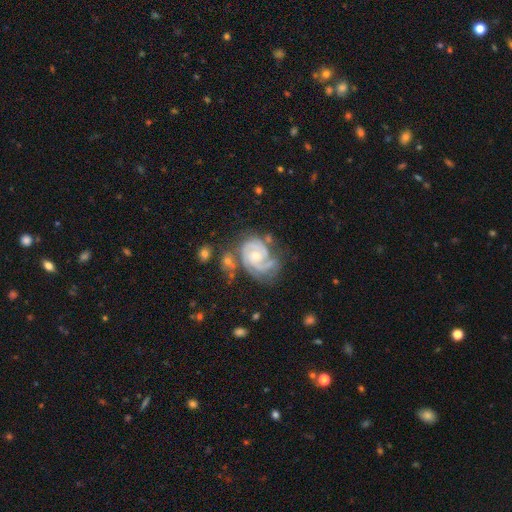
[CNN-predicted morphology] smooth_or_featured: featured or disk (p=0.91) [alt: smooth p=0.05]
disk_edge_on: no (p=0.98) [alt: yes p=0.02]
bar: no (p=0.66) [alt: weak p=0.28]
has_spiral_arms: yes (p=0.98) [alt: no p=0.02]
spiral_winding: tight (p=0.65) [alt: medium p=0.30]
spiral_arm_count: 3 (p=0.42) [alt: 2 p=0.33]
bulge_size: moderate (p=0.48) [tied with: small p=0.48]
merging: none (p=0.54) [alt: minor disturbance p=0.24]